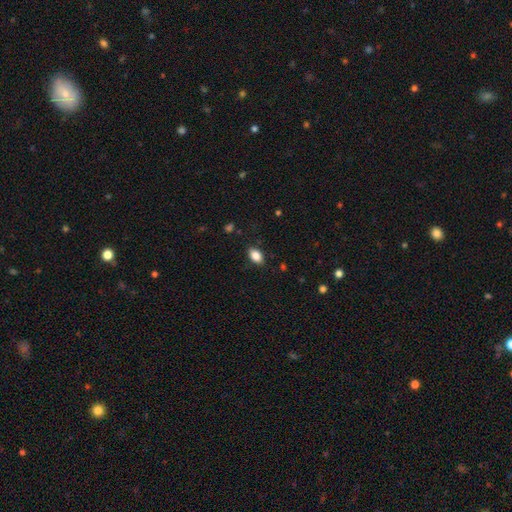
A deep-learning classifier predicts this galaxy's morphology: smooth 86%, star or artifact 9%, featured or disk 5%. Down the decision tree: how rounded — in between (87%); merging — none (85%).